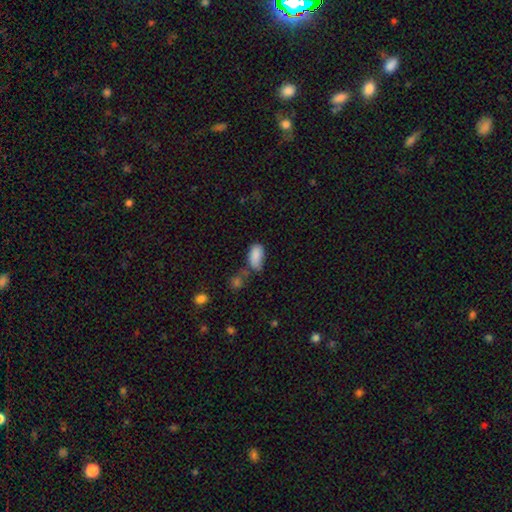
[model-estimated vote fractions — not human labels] This is clearly a smooth galaxy (85%). How rounded: clearly in between (93%). Merging: marginally none (39%).